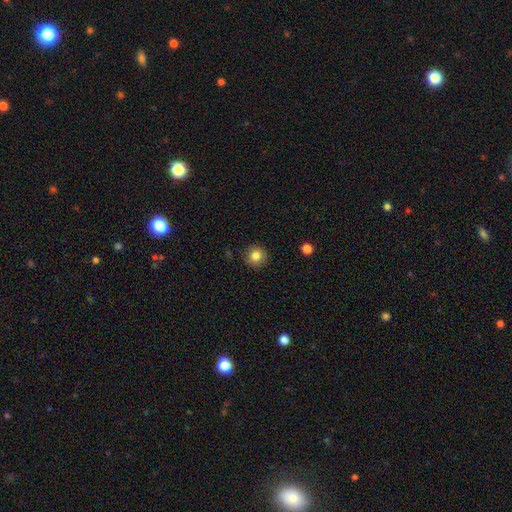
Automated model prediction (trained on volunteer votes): smooth_or_featured: smooth (p=0.83) [alt: star or artifact p=0.10]
how_rounded: round (p=0.94) [alt: in between p=0.06]
merging: none (p=0.90) [alt: minor disturbance p=0.07]